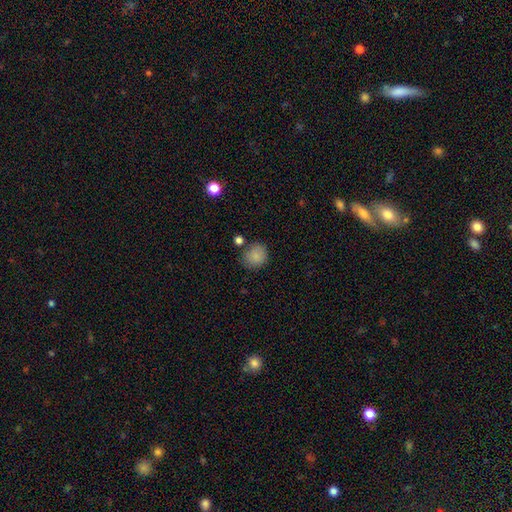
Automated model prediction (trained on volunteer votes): Overall: smooth (85%). How rounded: round (81%). Merging: none (73%).